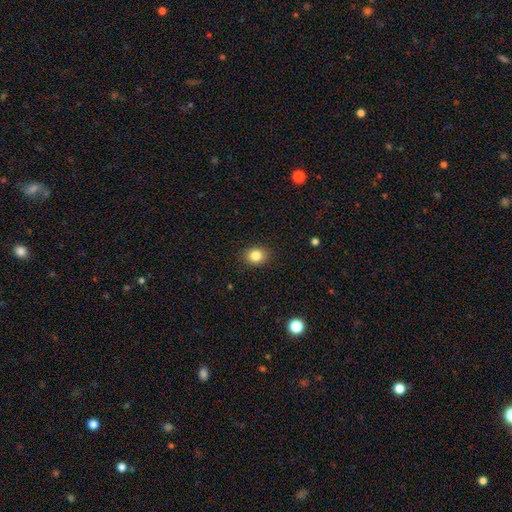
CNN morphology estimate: This is clearly a smooth galaxy (84%). How rounded: possibly round (59%). Merging: clearly none (90%).